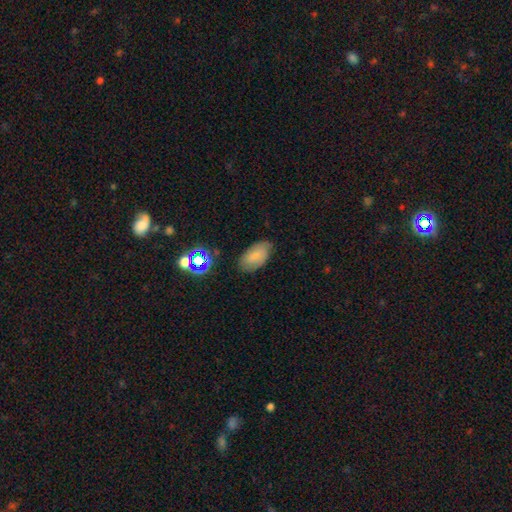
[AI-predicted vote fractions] A smooth galaxy with no disk features (74%) that is in between round and cigar-shaped (93%). Merging: none (76%).